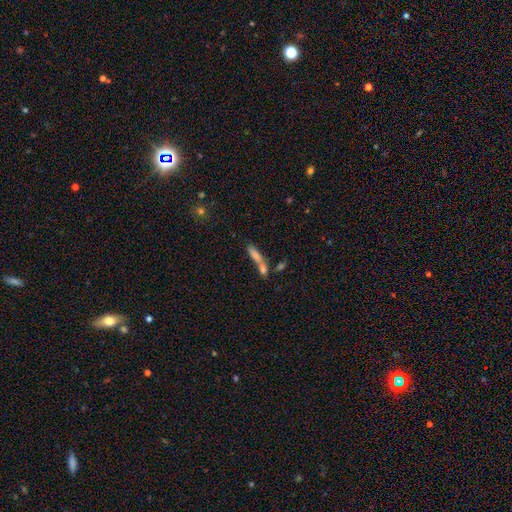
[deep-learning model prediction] The model was most divided on "merging": merger: 47%, none: 37%, minor disturbance: 10%, major disturbance: 6%. More confident: how rounded — cigar-shaped (72%); smooth or featured — smooth (57%).